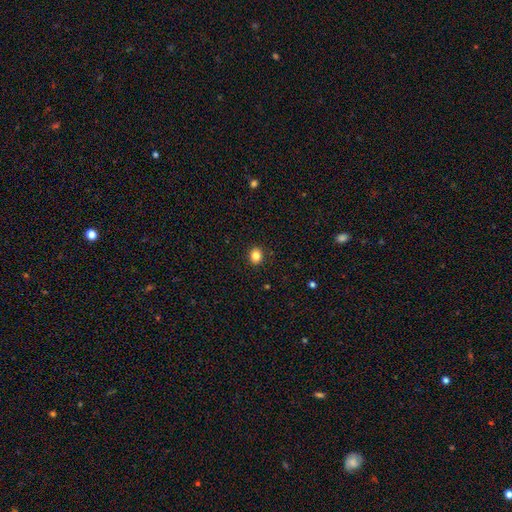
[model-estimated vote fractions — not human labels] smooth_or_featured: smooth (p=0.84) [alt: star or artifact p=0.11]
how_rounded: round (p=0.66) [alt: in between p=0.33]
merging: none (p=0.91) [alt: minor disturbance p=0.06]